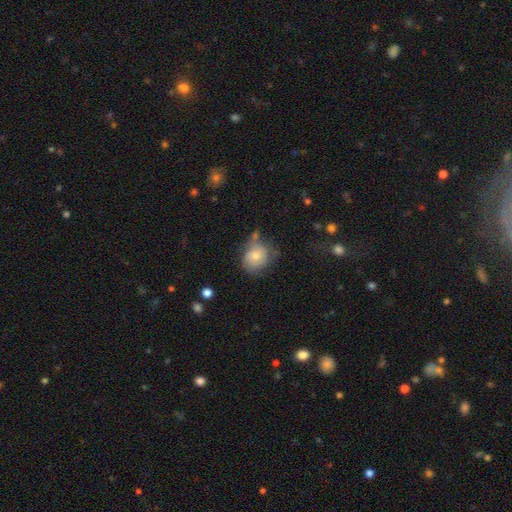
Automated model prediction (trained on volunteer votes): smooth 73%, featured or disk 19%, star or artifact 8%. Down the decision tree: how rounded — round (69%); merging — none (48%).